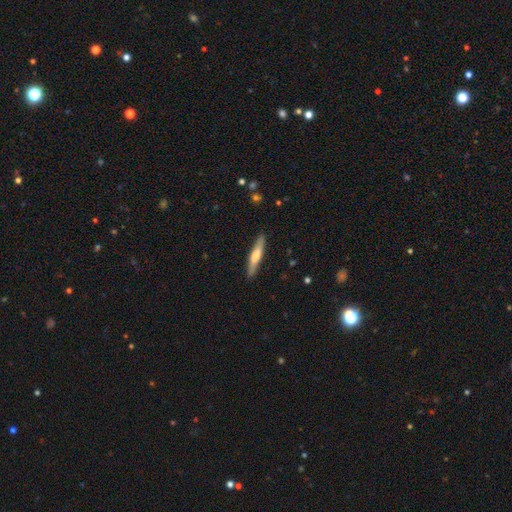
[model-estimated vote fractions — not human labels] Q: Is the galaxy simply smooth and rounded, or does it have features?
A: smooth — 54%.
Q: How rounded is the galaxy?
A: cigar-shaped — 89%.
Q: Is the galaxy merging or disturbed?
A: none — 89%.